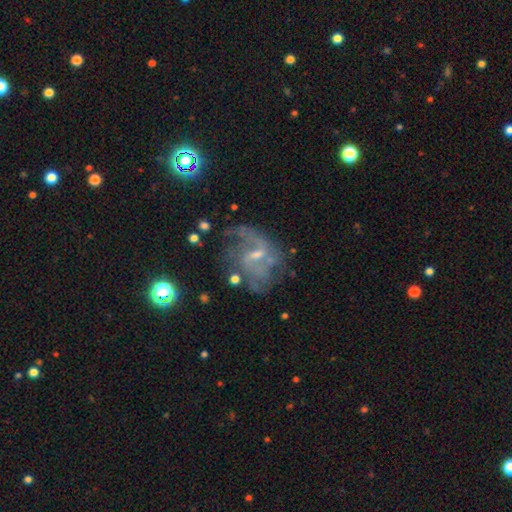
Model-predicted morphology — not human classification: Overall: featured or disk (79%). Edge-on disk: no (97%). Bar: weak (58%; no 27%). Spiral arms: yes (82%). Spiral arm count: 2 (51%; can't tell 23%). Spiral winding: loose (51%; medium 37%). Bulge size: small (55%; moderate 29%). Merging: none (46%; major disturbance 28%).